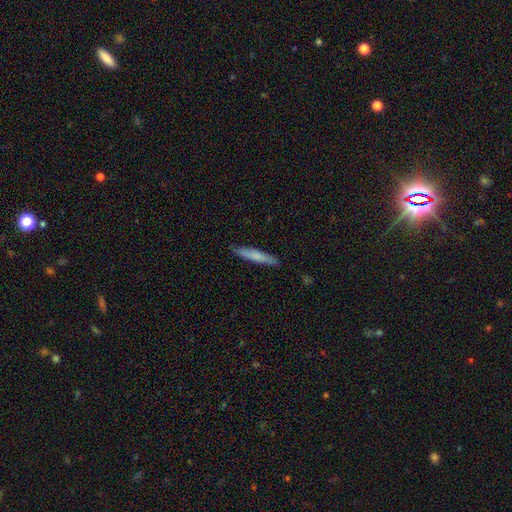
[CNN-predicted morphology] smooth 68%, featured or disk 27%, star or artifact 5%. Down the decision tree: how rounded — cigar-shaped (93%); merging — none (89%).